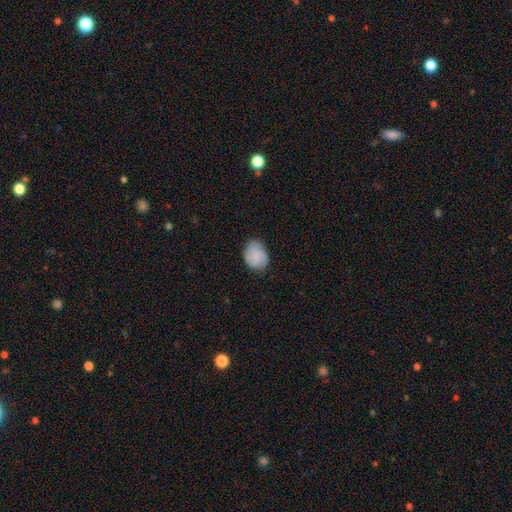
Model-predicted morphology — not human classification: The model was most divided on "how rounded": in between: 60%, round: 39%, cigar-shaped: 1%. More confident: smooth or featured — smooth (75%); merging — none (72%).